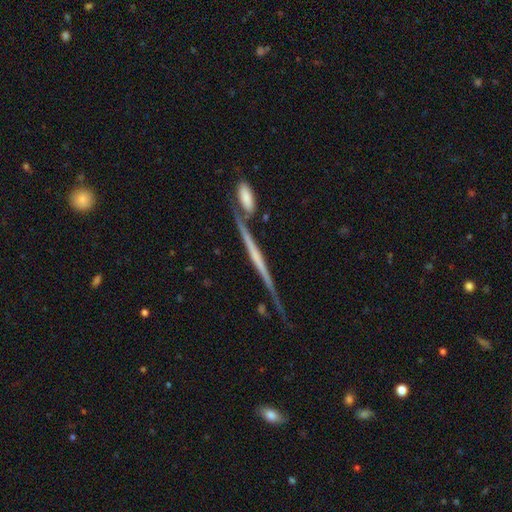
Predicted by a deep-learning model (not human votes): The model was most divided on "edge-on bulge": none: 52%, rounded: 28%, boxy: 20%. More confident: edge-on disk — yes (96%); smooth or featured — featured or disk (78%); merging — none (68%).